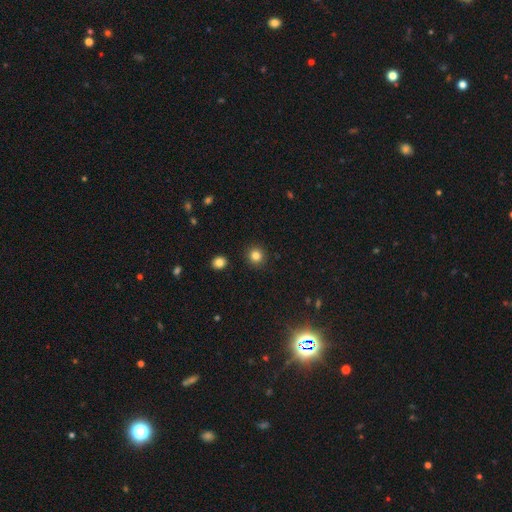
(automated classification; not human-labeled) Overall: smooth (83%). How rounded: round (92%). Merging: none (91%).